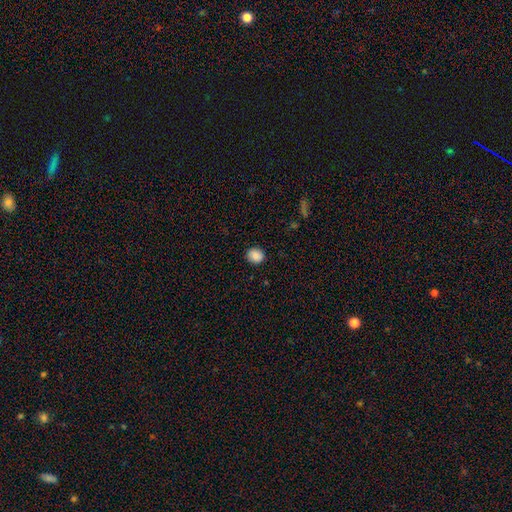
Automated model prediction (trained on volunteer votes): Smooth or featured?
  - smooth: 88% *
  - star or artifact: 9%
  - featured or disk: 3%
How rounded?
  - round: 67% *
  - in between: 33%
  - cigar-shaped: 1%
Merging?
  - none: 89% *
  - minor disturbance: 8%
  - major disturbance: 2%
  - merger: 1%